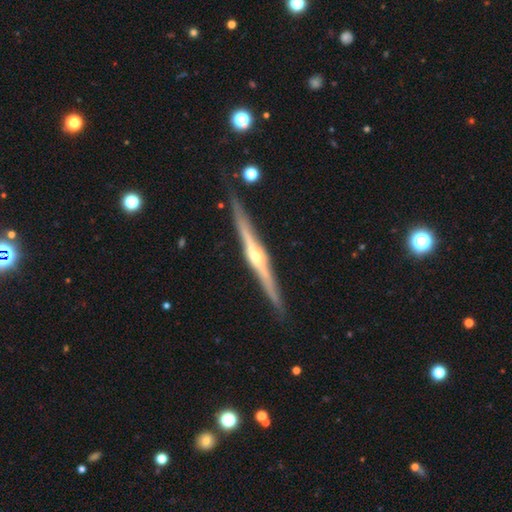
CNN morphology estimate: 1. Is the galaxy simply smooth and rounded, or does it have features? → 86% featured or disk, 9% smooth, 5% star or artifact.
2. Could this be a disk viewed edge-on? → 99% yes, 1% no.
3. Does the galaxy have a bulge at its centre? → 87% rounded, 7% none, 7% boxy.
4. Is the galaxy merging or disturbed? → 91% none, 7% minor disturbance, 1% merger, 1% major disturbance.